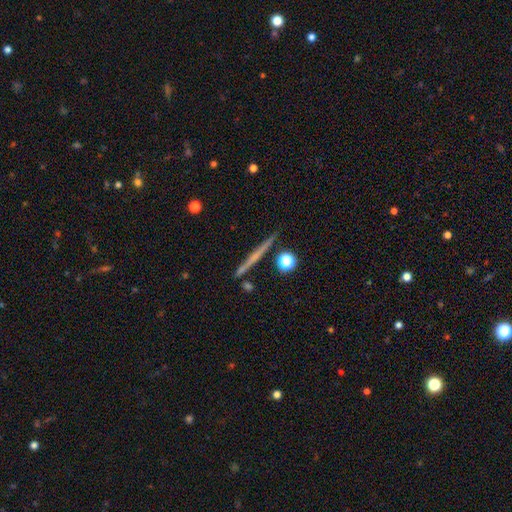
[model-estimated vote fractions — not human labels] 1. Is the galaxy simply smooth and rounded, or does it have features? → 53% featured or disk, 39% smooth, 8% star or artifact.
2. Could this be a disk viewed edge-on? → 97% yes, 3% no.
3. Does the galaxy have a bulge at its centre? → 76% none, 18% rounded, 5% boxy.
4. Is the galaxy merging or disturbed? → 86% none, 8% minor disturbance, 4% merger, 2% major disturbance.